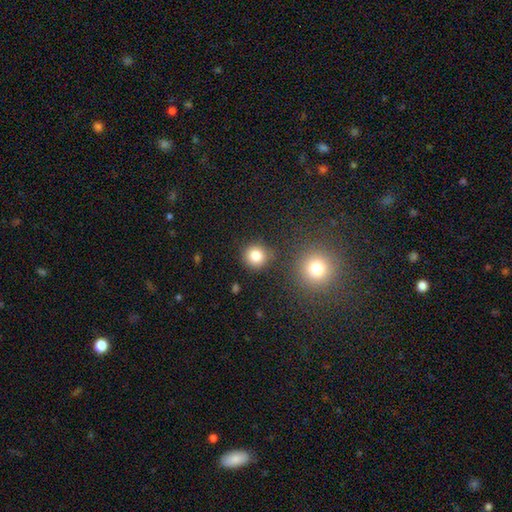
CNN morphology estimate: Overall: smooth (82%). How rounded: round (90%). Merging: none (82%).